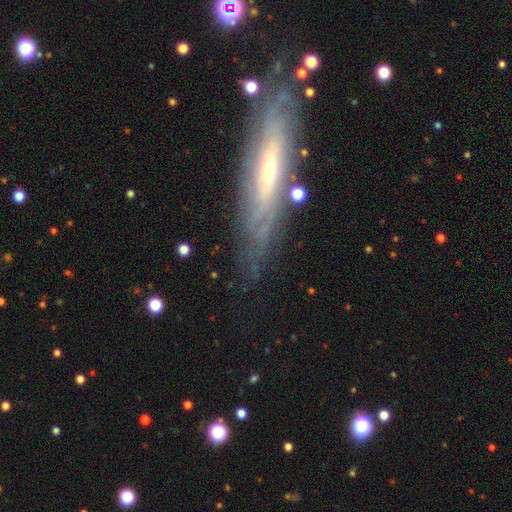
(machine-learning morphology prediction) Q: Smooth or featured?
A: featured or disk (73%); runner-up: smooth (19%)
Q: Edge-on disk?
A: no (55%); runner-up: yes (45%)
Q: Merging?
A: none (78%); runner-up: minor disturbance (15%)